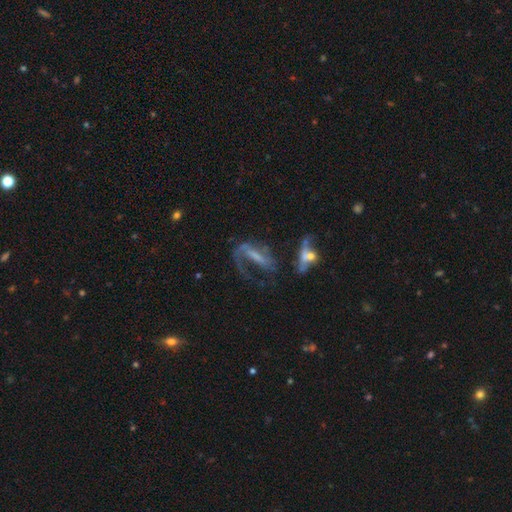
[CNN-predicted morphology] This is likely a featured or disk galaxy (70%). It is clearly not viewed edge-on (89%). Bar: marginally strong (39%). Spiral arm pattern: likely yes (74%). Central bulge: marginally none (38%). Merging: marginally major disturbance (42%).